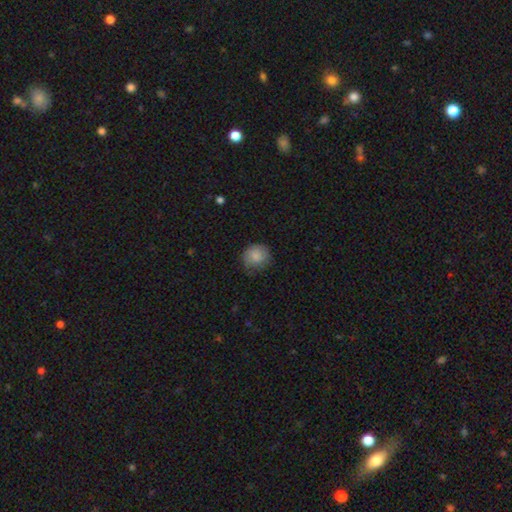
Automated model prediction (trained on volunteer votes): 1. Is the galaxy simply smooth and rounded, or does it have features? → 83% smooth, 10% featured or disk, 7% star or artifact.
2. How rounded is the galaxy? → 84% round, 15% in between, 1% cigar-shaped.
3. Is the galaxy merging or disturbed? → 66% none, 26% minor disturbance, 7% major disturbance, 1% merger.